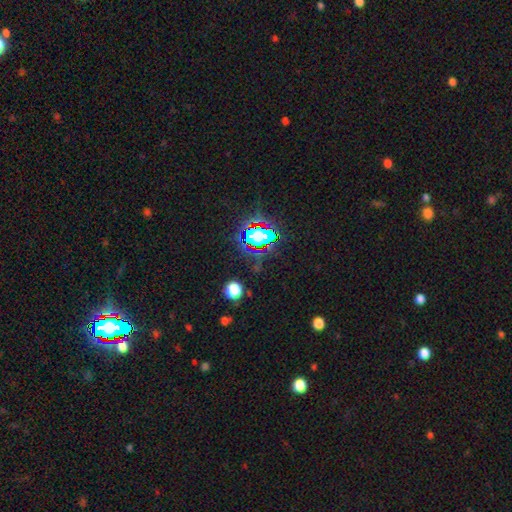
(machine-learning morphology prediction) The model was most divided on "smooth or featured": star or artifact: 80%, smooth: 12%, featured or disk: 8%.